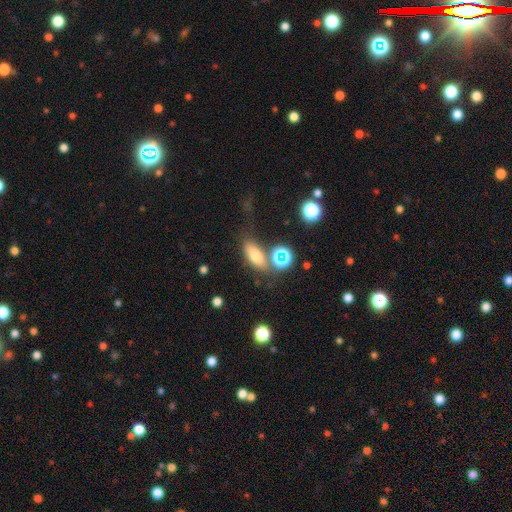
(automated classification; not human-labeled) This is likely a smooth galaxy (66%). How rounded: likely in between (70%). Merging: likely none (65%).